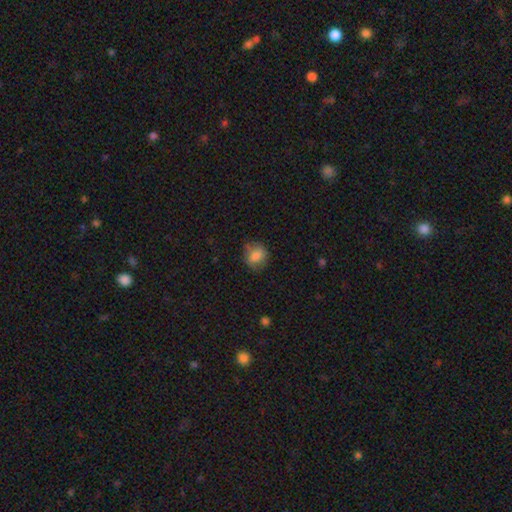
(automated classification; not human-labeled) A smooth galaxy with no disk features (80%) that is round (65%). Merging: none (72%).